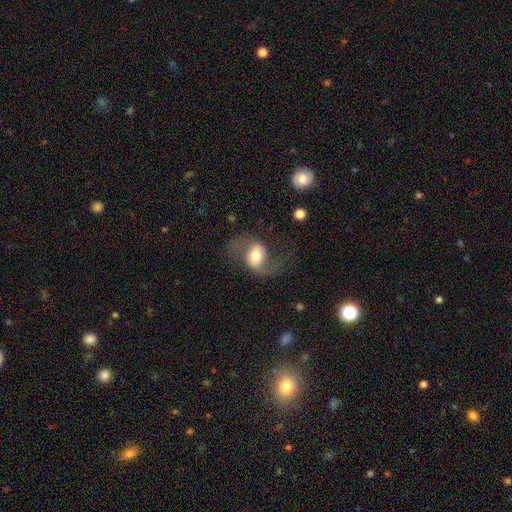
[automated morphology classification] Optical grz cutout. It shows a featured or disk galaxy (69%) with a weak bar (42%), 2 (91%) loose (68%) spiral arms (90%) and a moderate central bulge (57%). Merging: none (61%).